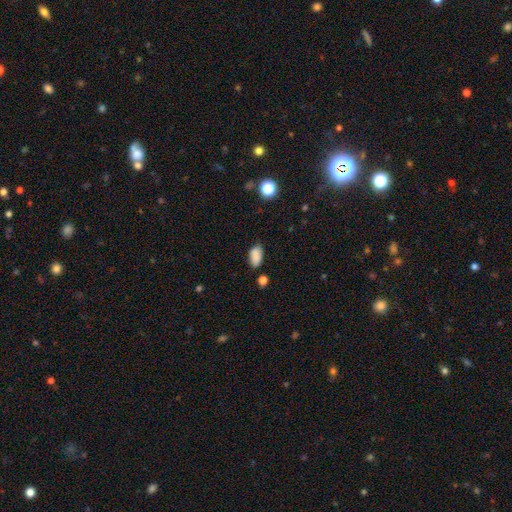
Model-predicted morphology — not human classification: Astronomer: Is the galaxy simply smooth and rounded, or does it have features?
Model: smooth — 86%.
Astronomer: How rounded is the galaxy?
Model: in between — 91%.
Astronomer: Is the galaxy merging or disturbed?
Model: none — 74%.